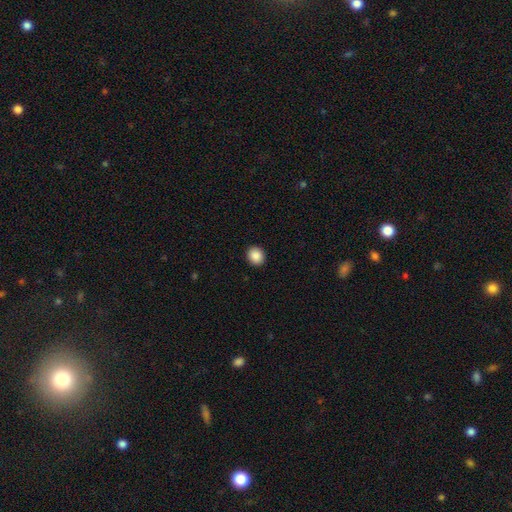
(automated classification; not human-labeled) This is clearly a smooth galaxy (88%). How rounded: likely round (77%). Merging: clearly none (92%).